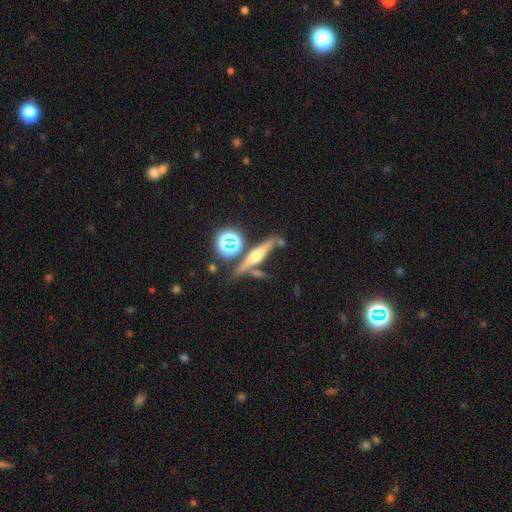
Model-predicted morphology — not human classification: Smooth or featured?
  - featured or disk: 59% *
  - smooth: 27%
  - star or artifact: 14%
Edge-on disk?
  - yes: 91% *
  - no: 9%
Edge-on bulge?
  - rounded: 90% *
  - boxy: 5%
  - none: 4%
Merging?
  - none: 71% *
  - minor disturbance: 13%
  - merger: 12%
  - major disturbance: 4%